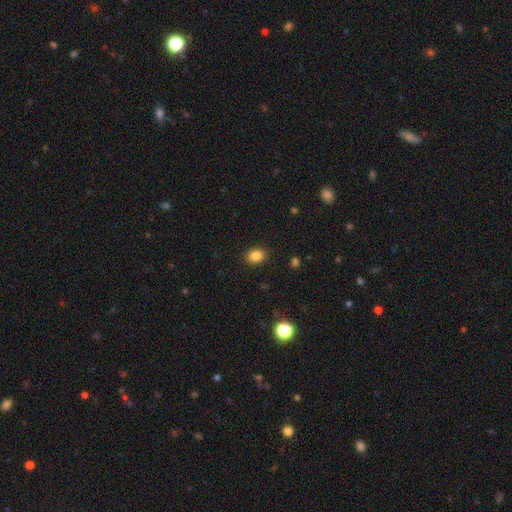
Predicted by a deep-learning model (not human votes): This appears to be a smooth galaxy with no disk features (85%) that is in between round and cigar-shaped (61%). Merging: none (88%).